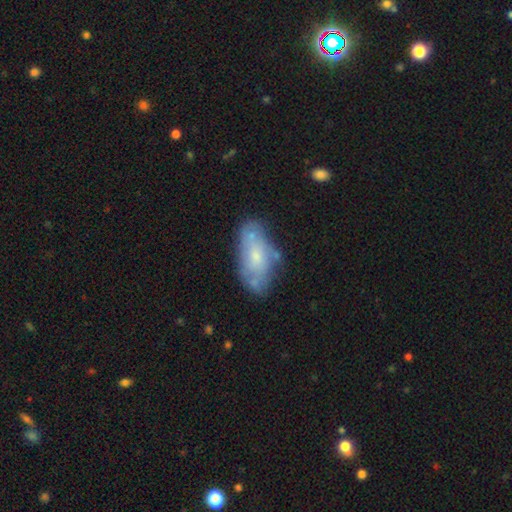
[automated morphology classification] A featured or disk galaxy (47%).

Vote fractions:
- Smooth or featured? featured or disk: 47% / smooth: 46% / star or artifact: 7%
- Merging? none: 58% / minor disturbance: 26% / major disturbance: 8% / merger: 7%